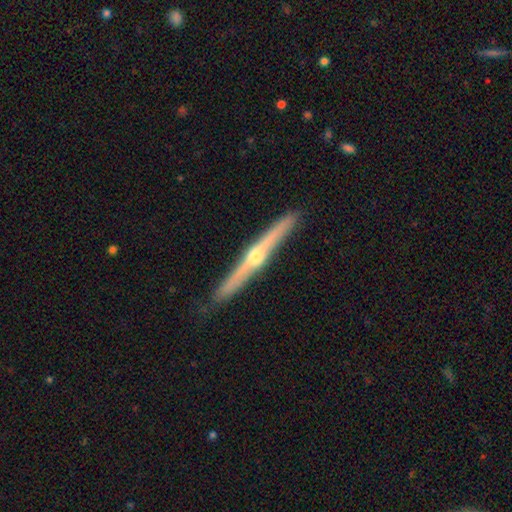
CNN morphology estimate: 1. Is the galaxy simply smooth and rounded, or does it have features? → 81% featured or disk, 14% smooth, 5% star or artifact.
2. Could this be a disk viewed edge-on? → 98% yes, 2% no.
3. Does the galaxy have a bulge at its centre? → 92% rounded, 5% none, 2% boxy.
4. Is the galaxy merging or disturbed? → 90% none, 8% minor disturbance, 1% major disturbance, 1% merger.